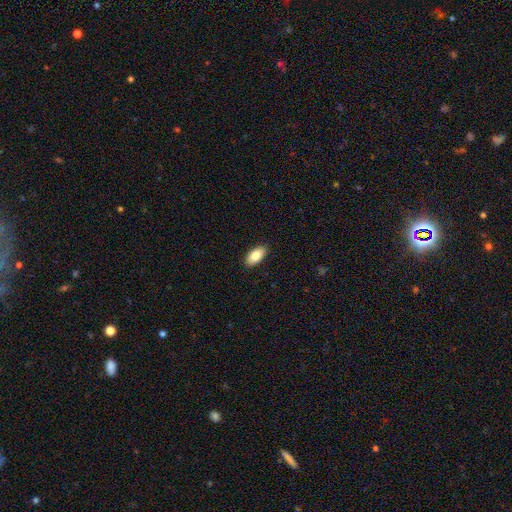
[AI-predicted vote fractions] smooth 85%, featured or disk 9%, star or artifact 6%. Down the decision tree: how rounded — in between (92%); merging — none (90%).